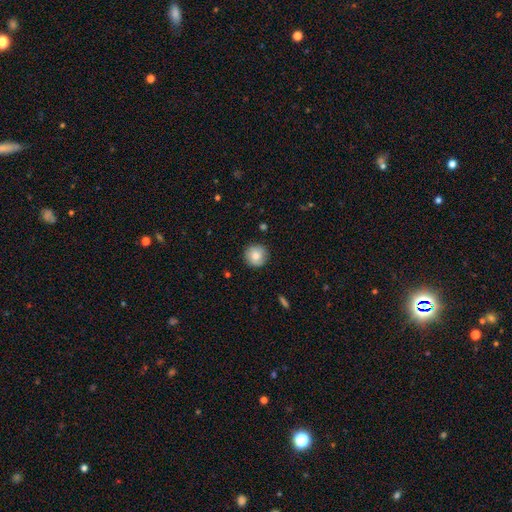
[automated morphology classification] A smooth galaxy with no disk features (78%) that is round (95%). Merging: none (88%).